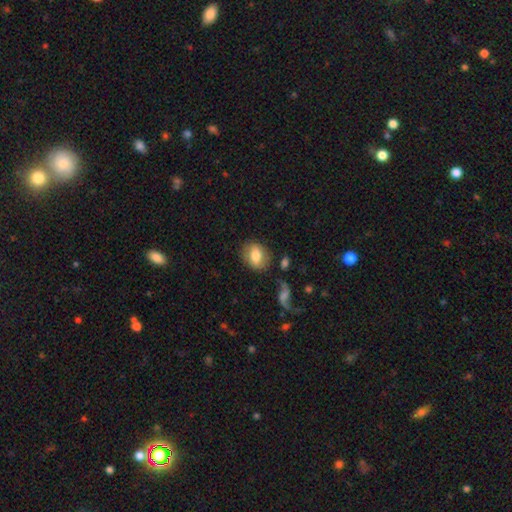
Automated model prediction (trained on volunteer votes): Smooth or featured? smooth (72%)
How rounded? in between (57%)
Merging? none (73%)